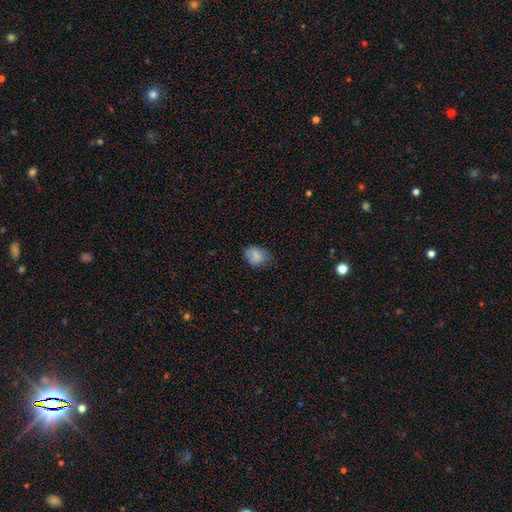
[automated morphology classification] Smooth or featured: smooth — 83% (star or artifact — 9%)
How rounded: in between — 56% (round — 43%)
Merging: none — 65% (minor disturbance — 27%)